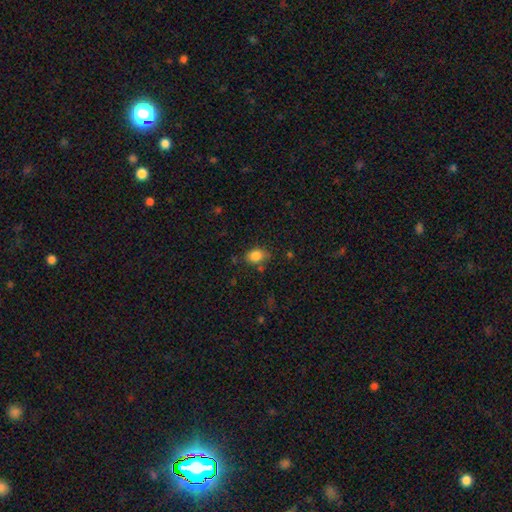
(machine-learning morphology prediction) Smooth or featured: smooth — 84% (star or artifact — 9%)
How rounded: in between — 70% (round — 29%)
Merging: none — 72% (minor disturbance — 18%)